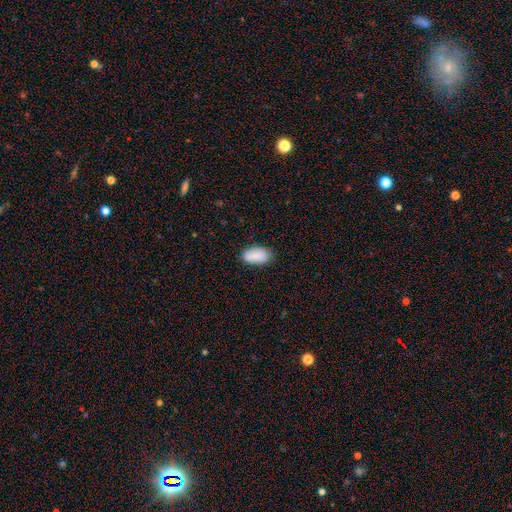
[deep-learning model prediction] The model was most divided on "merging": none: 81%, minor disturbance: 15%, major disturbance: 3%, merger: 1%. More confident: how rounded — in between (94%); smooth or featured — smooth (87%).